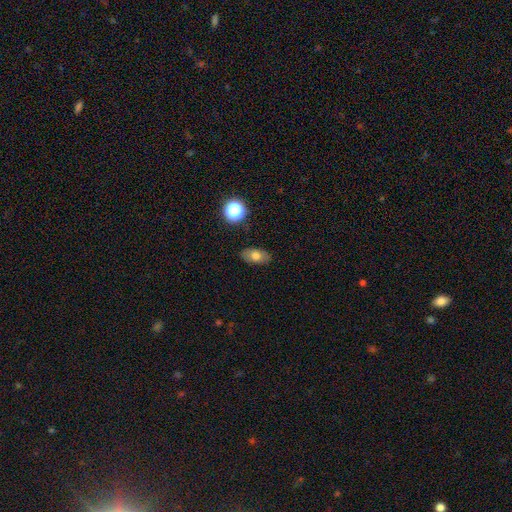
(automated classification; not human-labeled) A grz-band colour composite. It shows a smooth galaxy with no disk features (71%) that is in between round and cigar-shaped (87%). Merging: none (86%).